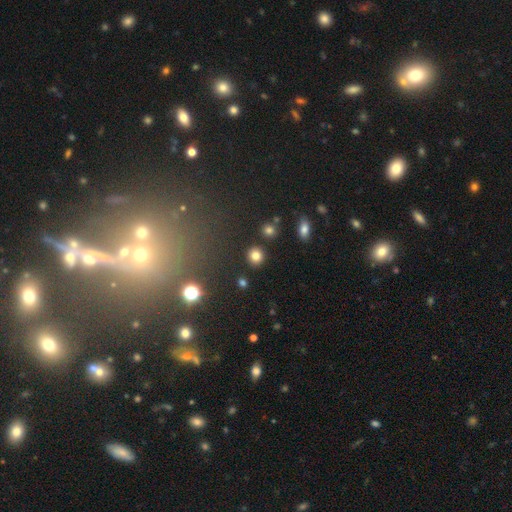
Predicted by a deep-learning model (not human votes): smooth-or-featured: smooth: 81% | star or artifact: 12% | featured or disk: 6%
  how-rounded: round: 89% | in between: 10% | cigar-shaped: 1%
  merging: none: 89% | minor disturbance: 6% | merger: 3% | major disturbance: 2%